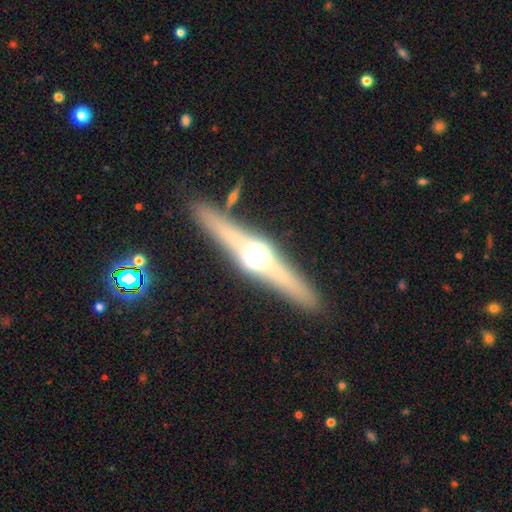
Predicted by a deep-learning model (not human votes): A featured or disk galaxy (69%) viewed edge-on (94%) with a rounded central bulge (95%). Merging: none (85%).